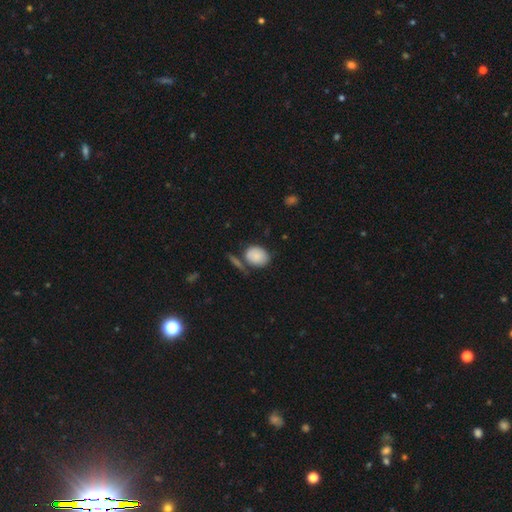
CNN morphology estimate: Smooth or featured? smooth (85%)
How rounded? in between (56%)
Merging? none (61%)